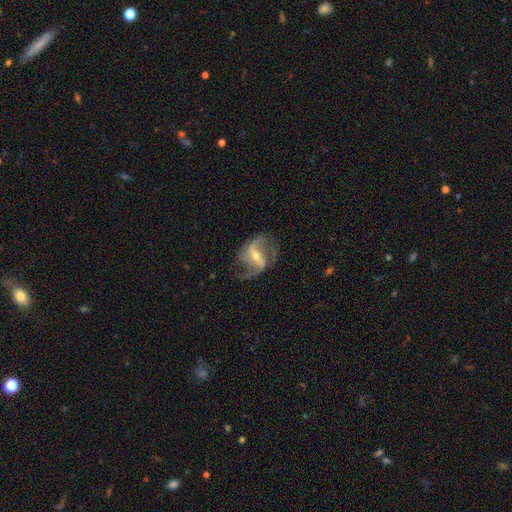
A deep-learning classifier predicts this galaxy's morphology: A featured or disk galaxy (88%) with a strong bar (48%), 2 (87%) loose (59%) spiral arms (95%) and a moderate central bulge (51%).

Vote fractions:
- Smooth or featured? featured or disk: 88% / smooth: 6% / star or artifact: 6%
- Edge-on disk? no: 96% / yes: 4%
- Bar? strong: 48% / weak: 37% / no: 15%
- Spiral arms? yes: 95% / no: 5%
- Spiral winding? loose: 59% / medium: 33% / tight: 8%
- Spiral arm count? 2: 87% / can't tell: 4% / 3: 3% / 1: 3% / 4: 1% / more than 4: 1%
- Bulge size? moderate: 51% / small: 45% / large: 2% / none: 1% / dominant: 1%
- Merging? none: 68% / minor disturbance: 18% / major disturbance: 12% / merger: 2%